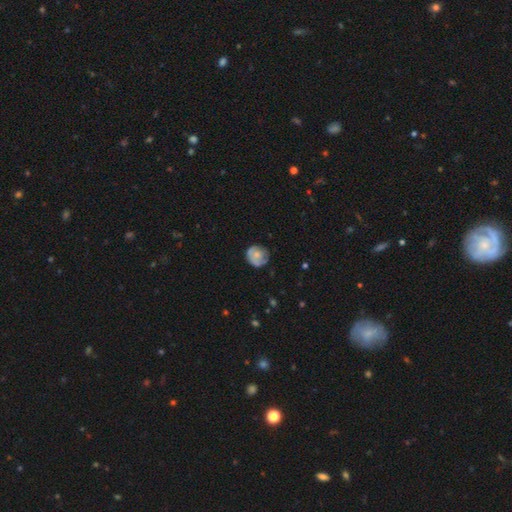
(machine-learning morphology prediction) Smooth or featured? Predicted: smooth (p=0.53). How rounded? Predicted: round (p=0.82). Merging? Predicted: none (p=0.65).